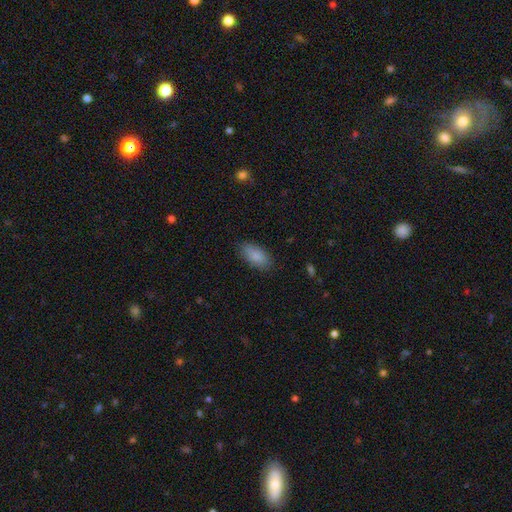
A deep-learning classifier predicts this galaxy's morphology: The model was most divided on "merging": none: 85%, minor disturbance: 11%, major disturbance: 3%, merger: 1%. More confident: how rounded — in between (92%); smooth or featured — smooth (87%).